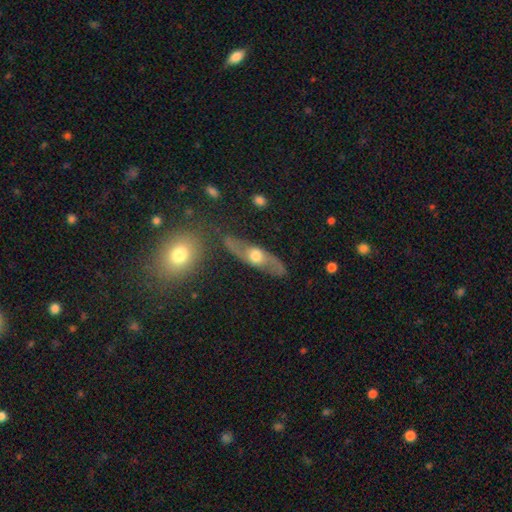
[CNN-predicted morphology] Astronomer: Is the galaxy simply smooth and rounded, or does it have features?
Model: featured or disk — 67%.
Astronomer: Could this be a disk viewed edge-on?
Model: no — 55% (runner-up: yes, 45%).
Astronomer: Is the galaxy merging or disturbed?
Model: none — 74%.